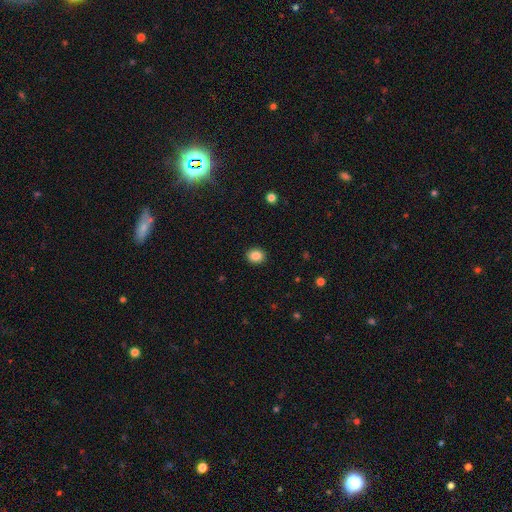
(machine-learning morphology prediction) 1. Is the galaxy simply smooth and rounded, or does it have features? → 87% smooth, 10% star or artifact, 4% featured or disk.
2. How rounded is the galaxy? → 67% round, 32% in between, 1% cigar-shaped.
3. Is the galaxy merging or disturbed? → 91% none, 6% minor disturbance, 2% major disturbance, 1% merger.